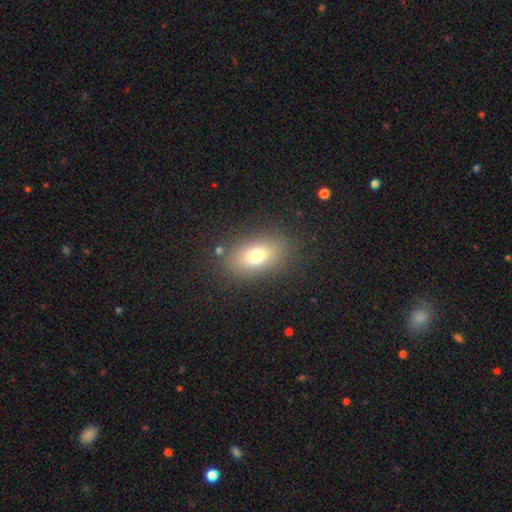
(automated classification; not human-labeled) Smooth or featured? smooth (73%)
How rounded? in between (83%)
Merging? none (84%)